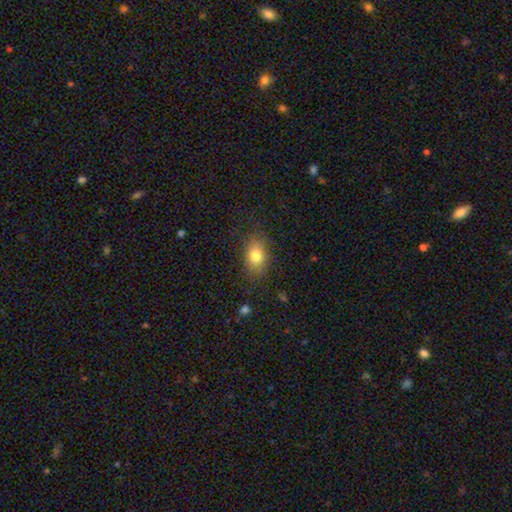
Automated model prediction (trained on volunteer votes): smooth_or_featured: smooth (p=0.80) [alt: featured or disk p=0.11]
how_rounded: in between (p=0.81) [alt: round p=0.18]
merging: none (p=0.80) [alt: minor disturbance p=0.14]